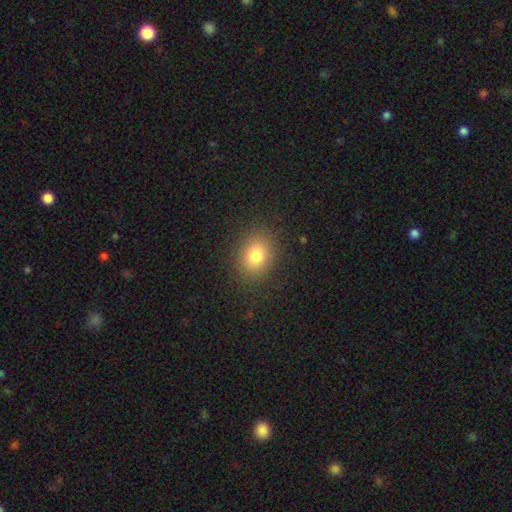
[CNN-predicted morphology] A smooth galaxy with no disk features (79%) that is round (58%). Merging: none (87%).